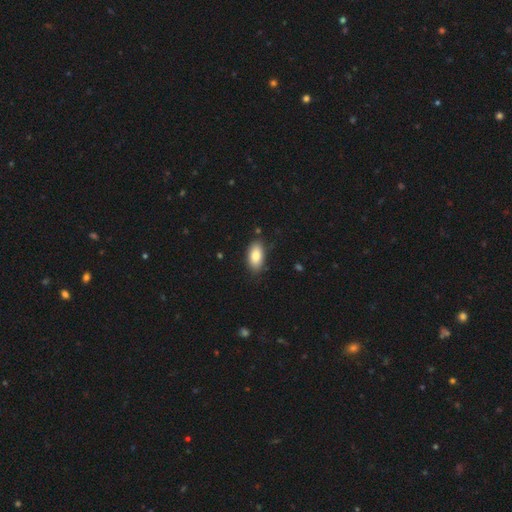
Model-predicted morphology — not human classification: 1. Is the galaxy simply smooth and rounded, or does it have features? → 82% smooth, 11% featured or disk, 7% star or artifact.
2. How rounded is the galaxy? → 92% in between, 4% round, 4% cigar-shaped.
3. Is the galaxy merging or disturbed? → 84% none, 12% minor disturbance, 2% major disturbance, 2% merger.